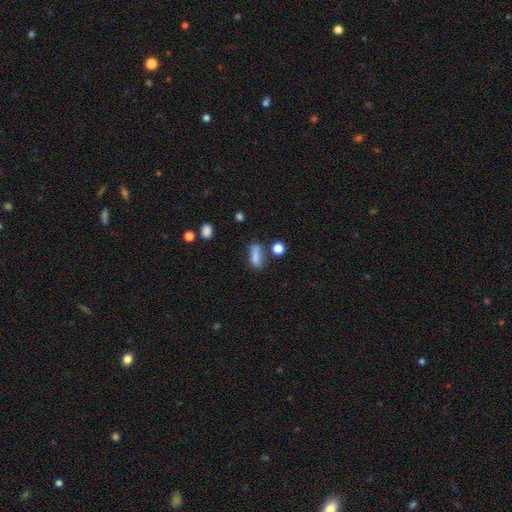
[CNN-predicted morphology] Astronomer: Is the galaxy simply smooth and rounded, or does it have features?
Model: smooth — 78%.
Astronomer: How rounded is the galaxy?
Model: in between — 65%.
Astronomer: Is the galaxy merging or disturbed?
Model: none — 51%.